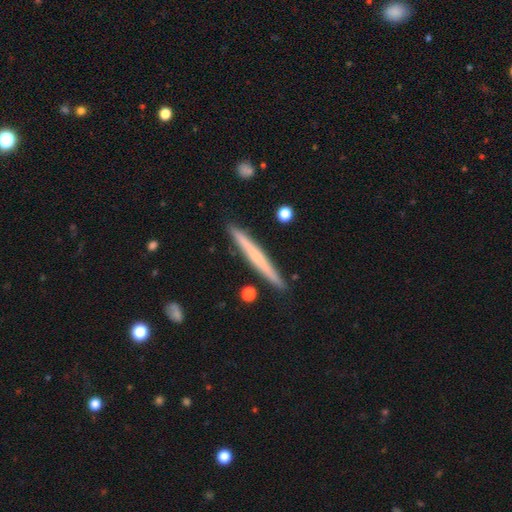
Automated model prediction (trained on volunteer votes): Smooth or featured? smooth (50%)
How rounded? cigar-shaped (97%)
Merging? none (90%)